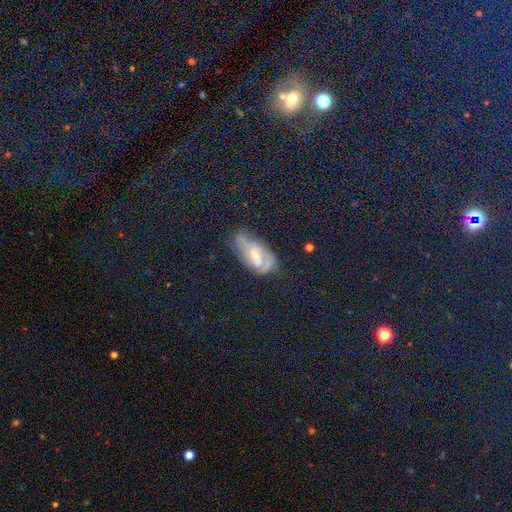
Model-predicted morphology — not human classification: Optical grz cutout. It shows a smooth galaxy with no disk features (36%). Merging: none (57%).